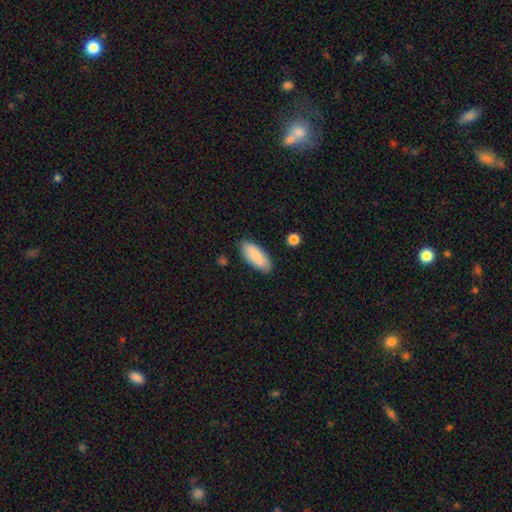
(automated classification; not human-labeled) A smooth galaxy with no disk features (88%) that is in between round and cigar-shaped (77%). Merging: none (87%).